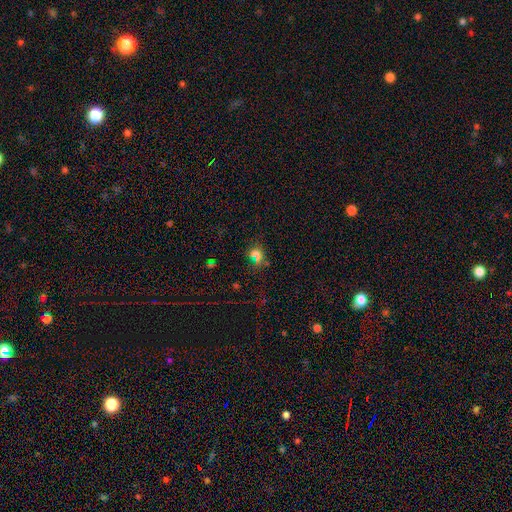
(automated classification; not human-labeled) Overall: smooth (59%; star or artifact 32%). How rounded: round (54%; in between 43%). Merging: none (60%).